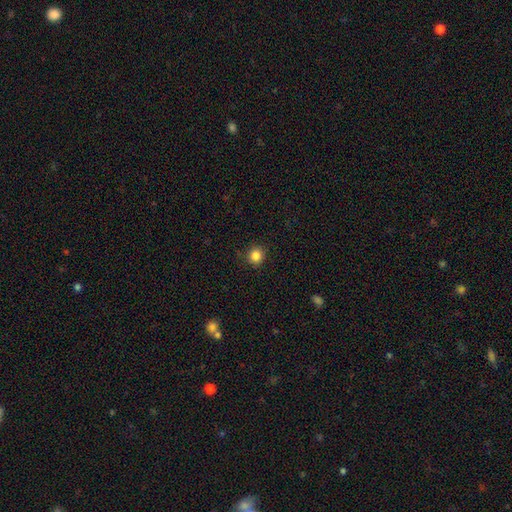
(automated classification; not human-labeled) This is clearly a smooth galaxy (85%). How rounded: clearly round (91%). Merging: clearly none (90%).